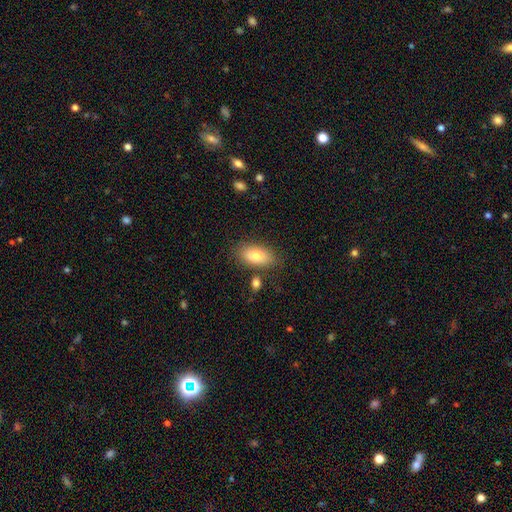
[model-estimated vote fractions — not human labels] smooth 79%, featured or disk 14%, star or artifact 8%. Down the decision tree: how rounded — in between (92%); merging — none (78%).